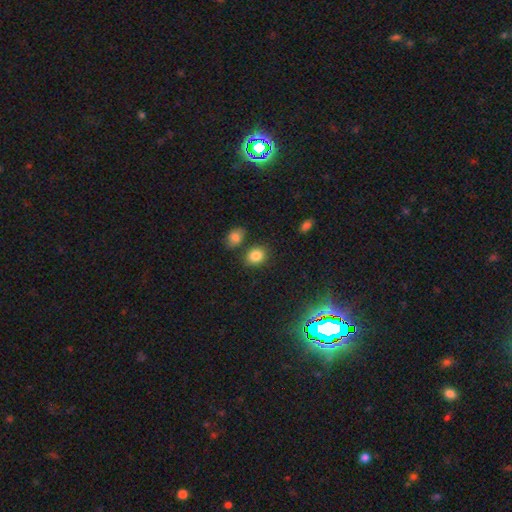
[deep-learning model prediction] A smooth galaxy with no disk features (84%) that is round (54%). Merging: none (77%).